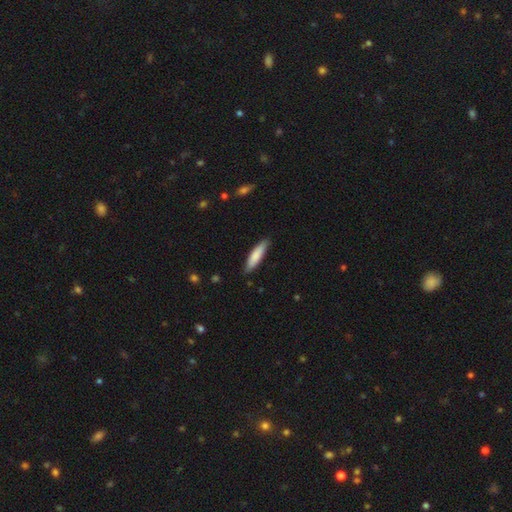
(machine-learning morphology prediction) Smooth or featured? Predicted: smooth (p=0.81). How rounded? Predicted: cigar-shaped (p=0.74). Merging? Predicted: none (p=0.85).